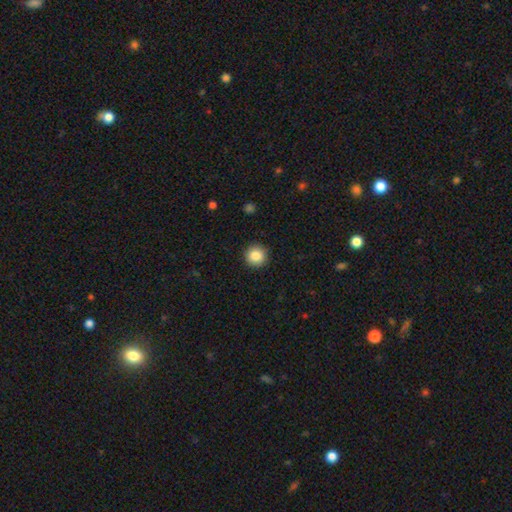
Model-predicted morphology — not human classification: The model was most divided on "smooth or featured": smooth: 86%, star or artifact: 9%, featured or disk: 5%. More confident: how rounded — round (95%); merging — none (92%).